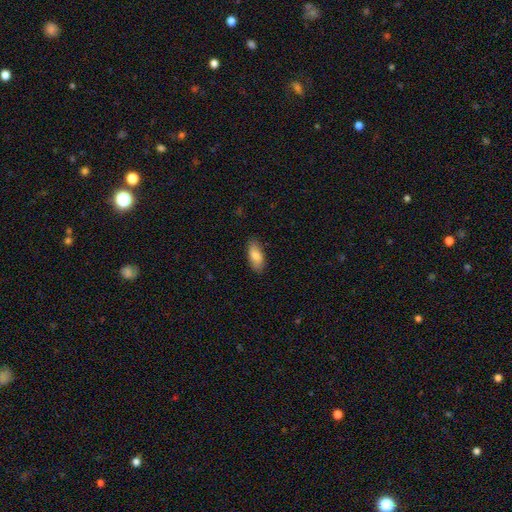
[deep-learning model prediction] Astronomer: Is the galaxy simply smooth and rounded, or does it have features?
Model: smooth — 82%.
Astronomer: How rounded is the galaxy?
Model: in between — 83%.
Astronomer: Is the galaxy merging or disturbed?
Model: none — 85%.